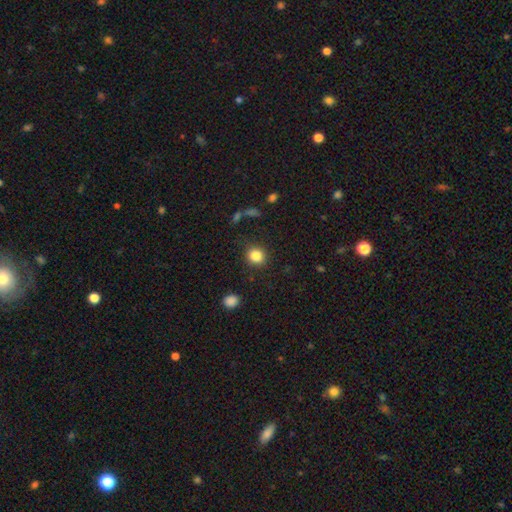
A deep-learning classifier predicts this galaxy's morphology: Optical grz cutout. It shows a smooth galaxy with no disk features (85%) that is round (81%). Merging: none (86%).